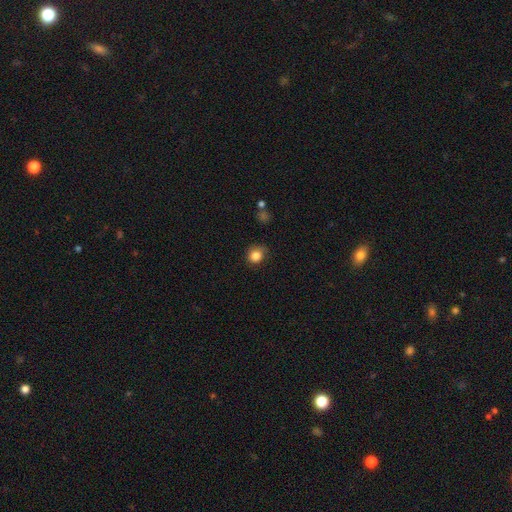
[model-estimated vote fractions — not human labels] Smooth or featured? Predicted: smooth (p=0.84). How rounded? Predicted: round (p=0.77). Merging? Predicted: none (p=0.73).